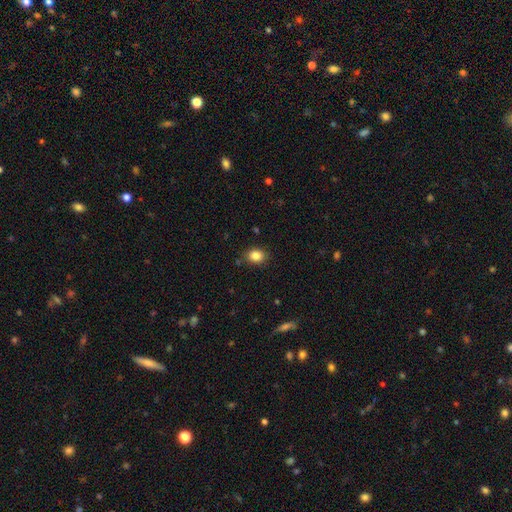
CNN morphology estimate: Smooth or featured? smooth (84%)
How rounded? in between (52%)
Merging? none (85%)